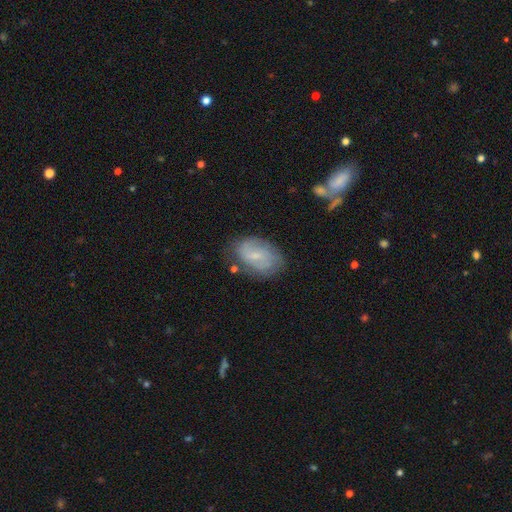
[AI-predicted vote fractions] The model was most divided on "bar": weak: 46%, no: 45%, strong: 9%. More confident: edge-on disk — no (96%); spiral arms — yes (78%); bulge size — small (71%); merging — none (65%); smooth or featured — featured or disk (54%).